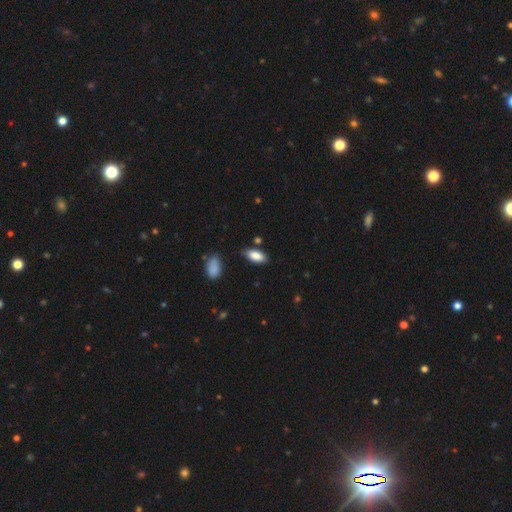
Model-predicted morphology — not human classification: Smooth or featured? Predicted: smooth (p=0.86). How rounded? Predicted: in between (p=0.87). Merging? Predicted: none (p=0.80).